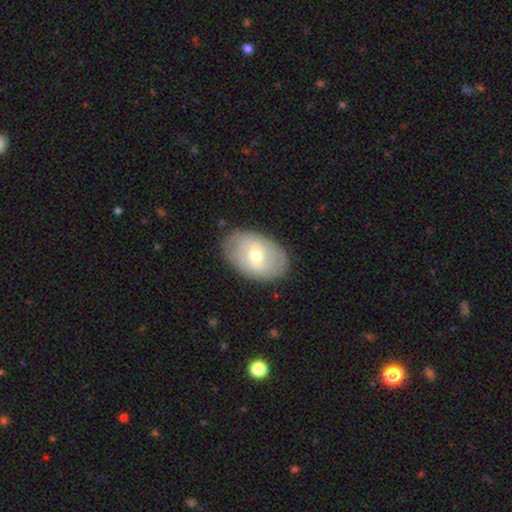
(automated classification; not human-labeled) A featured or disk galaxy (50%).

Vote fractions:
- Smooth or featured? featured or disk: 50% / smooth: 44% / star or artifact: 6%
- Merging? none: 82% / minor disturbance: 13% / major disturbance: 4% / merger: 1%